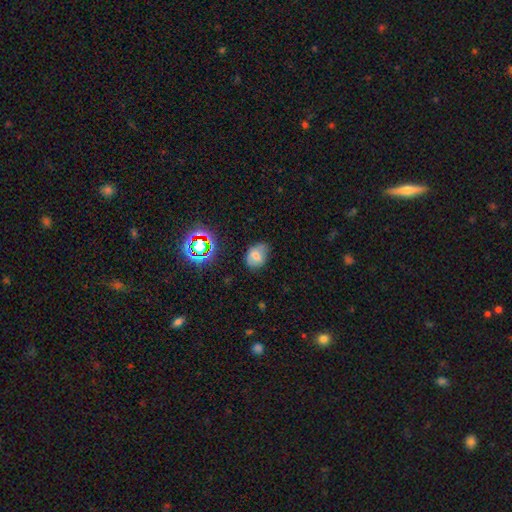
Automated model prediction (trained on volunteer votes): Overall: smooth (68%). How rounded: in between (67%; round 32%). Merging: none (64%; minor disturbance 27%).